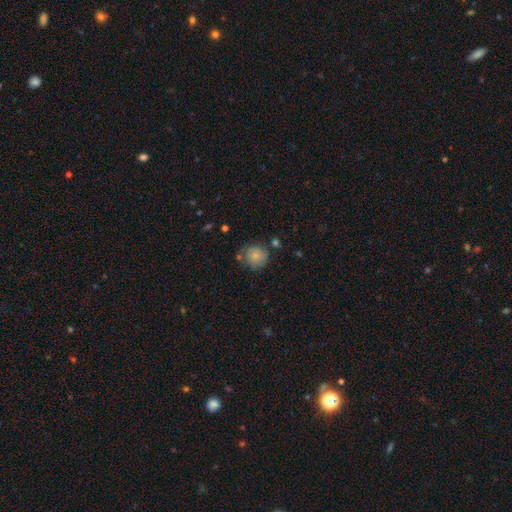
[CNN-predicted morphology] Smooth or featured: smooth — 78% (featured or disk — 14%)
How rounded: round — 88% (in between — 11%)
Merging: none — 65% (minor disturbance — 21%)